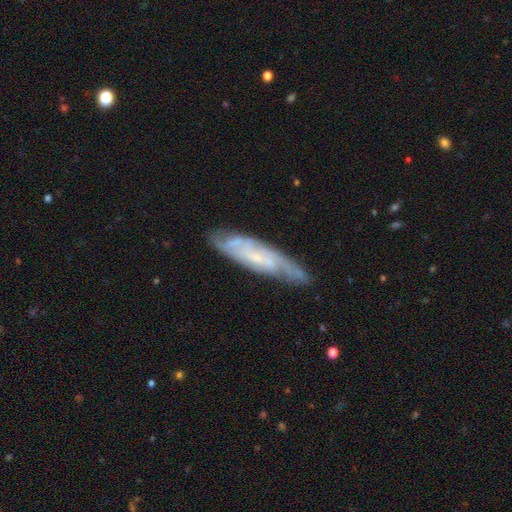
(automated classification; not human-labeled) A featured or disk galaxy (74%) with no bar (59%), spiral arms (89%) and a small central bulge (70%). Merging: none (71%).